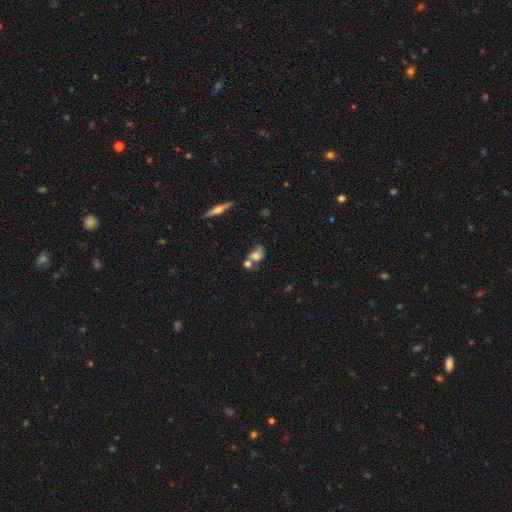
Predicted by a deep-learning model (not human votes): Q: Smooth or featured?
A: smooth (52%); runner-up: featured or disk (36%)
Q: How rounded?
A: in between (70%); runner-up: round (24%)
Q: Merging?
A: merger (45%); runner-up: none (31%)